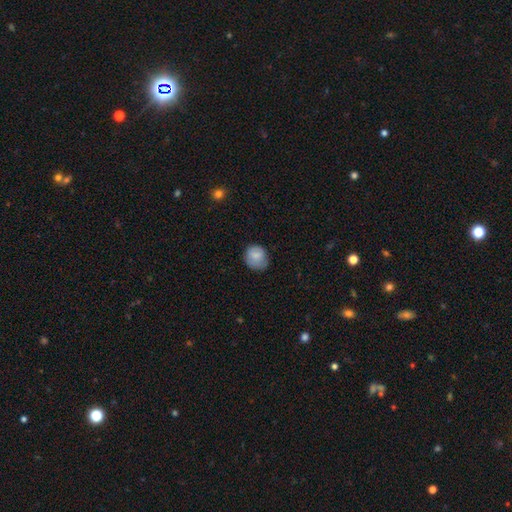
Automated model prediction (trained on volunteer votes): A smooth galaxy with no disk features (81%) that is round (75%). Merging: none (64%).